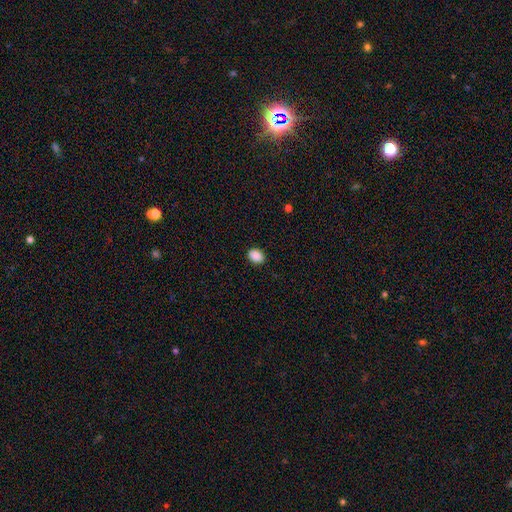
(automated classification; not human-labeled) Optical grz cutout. It shows a smooth galaxy with no disk features (89%) that is in between round and cigar-shaped (61%). Merging: none (89%).